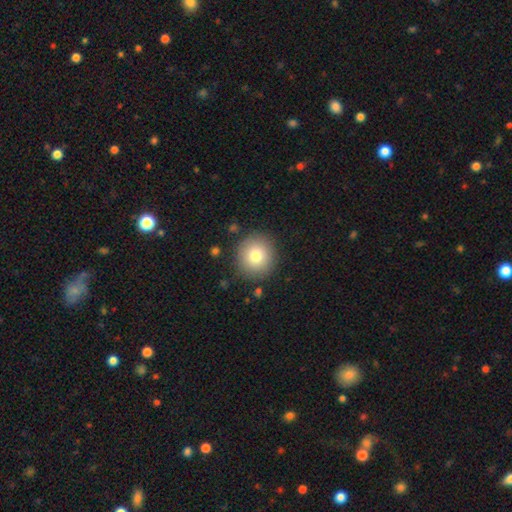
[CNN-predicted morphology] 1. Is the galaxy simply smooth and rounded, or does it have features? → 79% smooth, 11% featured or disk, 10% star or artifact.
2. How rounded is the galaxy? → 92% round, 7% in between, 1% cigar-shaped.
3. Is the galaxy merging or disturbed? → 87% none, 8% minor disturbance, 3% major disturbance, 2% merger.